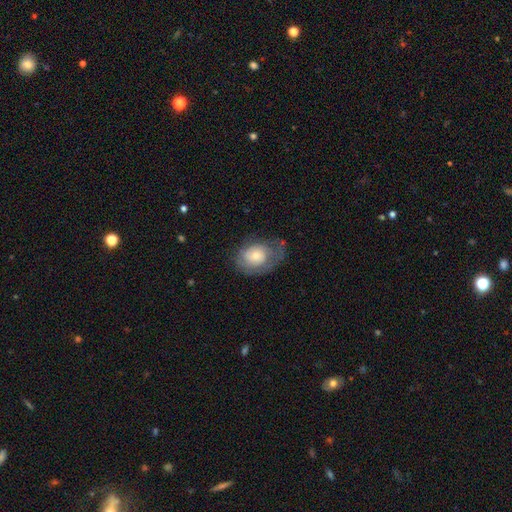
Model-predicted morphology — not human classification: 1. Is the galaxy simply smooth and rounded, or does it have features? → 52% smooth, 41% featured or disk, 7% star or artifact.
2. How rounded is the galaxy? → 64% in between, 35% round, 1% cigar-shaped.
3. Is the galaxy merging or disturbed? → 48% none, 29% minor disturbance, 22% major disturbance, 2% merger.